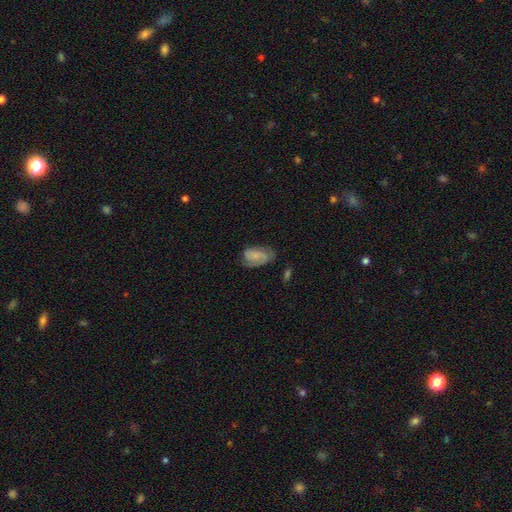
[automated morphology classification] smooth_or_featured: featured or disk (p=0.46) [tied with: smooth p=0.46]
merging: none (p=0.54) [alt: minor disturbance p=0.29]